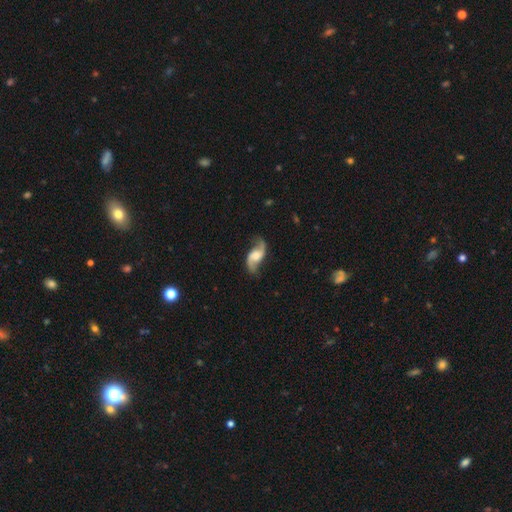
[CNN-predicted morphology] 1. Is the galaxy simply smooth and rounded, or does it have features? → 85% featured or disk, 9% smooth, 5% star or artifact.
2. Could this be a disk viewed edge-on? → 96% no, 4% yes.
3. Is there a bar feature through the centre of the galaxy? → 51% no, 38% weak, 11% strong.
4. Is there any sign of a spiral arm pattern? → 97% yes, 3% no.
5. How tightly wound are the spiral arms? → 75% loose, 21% medium, 5% tight.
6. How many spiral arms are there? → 94% 2, 2% can't tell, 2% 1, 1% 3, 1% 4, 1% more than 4.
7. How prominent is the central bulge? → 42% moderate, 21% small, 21% large, 14% none, 3% dominant.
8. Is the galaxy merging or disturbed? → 77% none, 15% minor disturbance, 6% major disturbance, 2% merger.